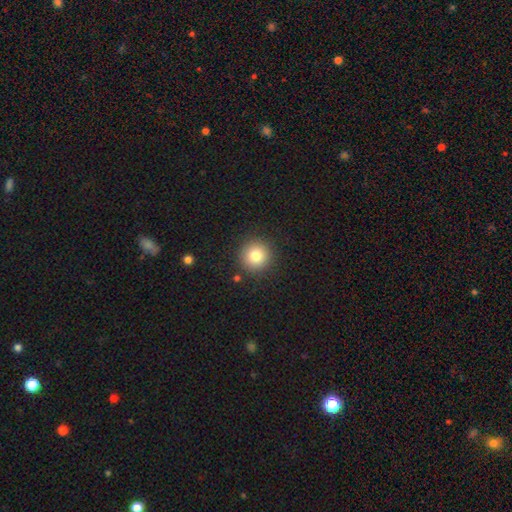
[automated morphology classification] A smooth galaxy with no disk features (82%) that is round (94%).

Vote fractions:
- Smooth or featured? smooth: 82% / star or artifact: 11% / featured or disk: 8%
- How rounded? round: 94% / in between: 5% / cigar-shaped: 1%
- Merging? none: 89% / minor disturbance: 7% / major disturbance: 2% / merger: 2%